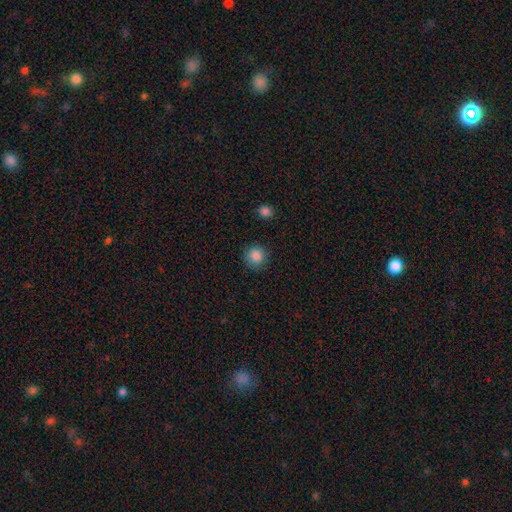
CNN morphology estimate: Smooth or featured? Predicted: smooth (p=0.87). How rounded? Predicted: round (p=0.93). Merging? Predicted: none (p=0.87).